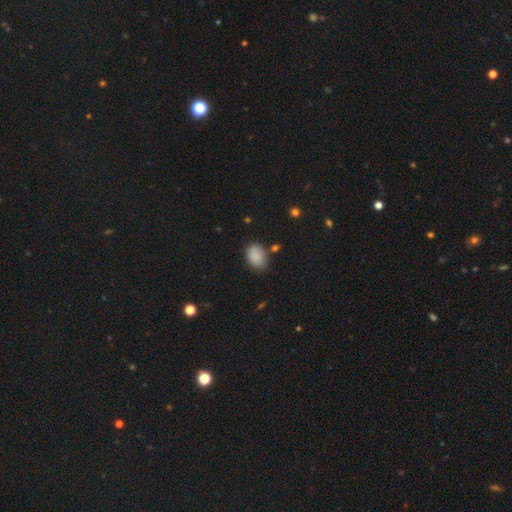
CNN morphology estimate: Overall: smooth (88%). How rounded: in between (83%). Merging: none (75%).